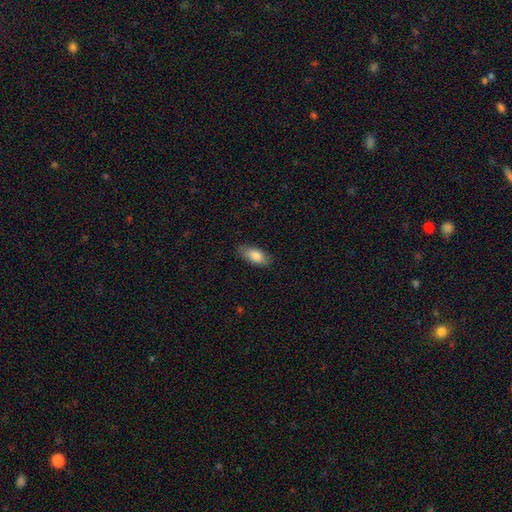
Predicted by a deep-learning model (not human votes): Overall: smooth (83%). How rounded: in between (85%). Merging: none (83%).